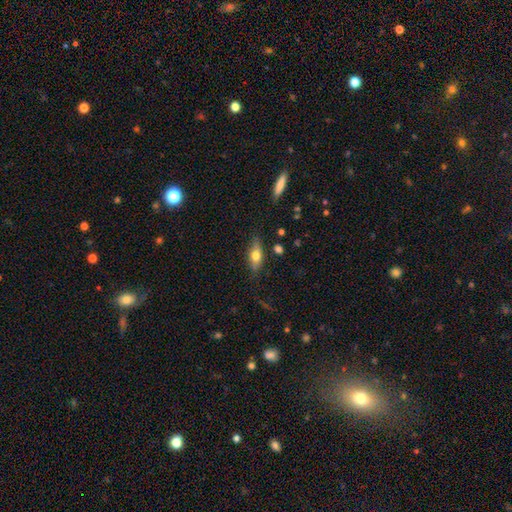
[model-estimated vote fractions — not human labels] smooth 63%, featured or disk 30%, star or artifact 7%. Down the decision tree: how rounded — in between (66%); merging — none (81%).